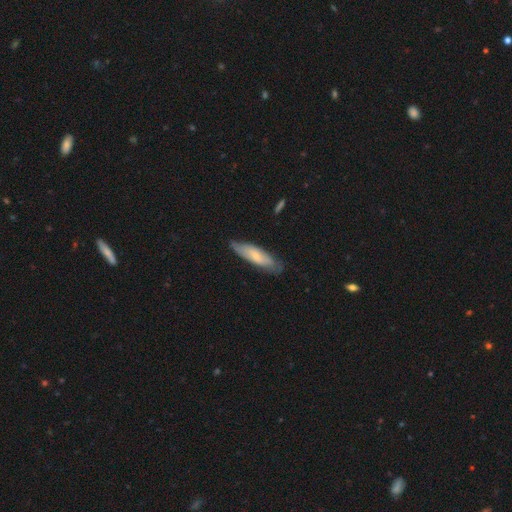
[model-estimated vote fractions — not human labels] Q: Smooth or featured?
A: smooth (52%); runner-up: featured or disk (42%)
Q: How rounded?
A: cigar-shaped (58%); runner-up: in between (41%)
Q: Merging?
A: none (72%); runner-up: minor disturbance (22%)